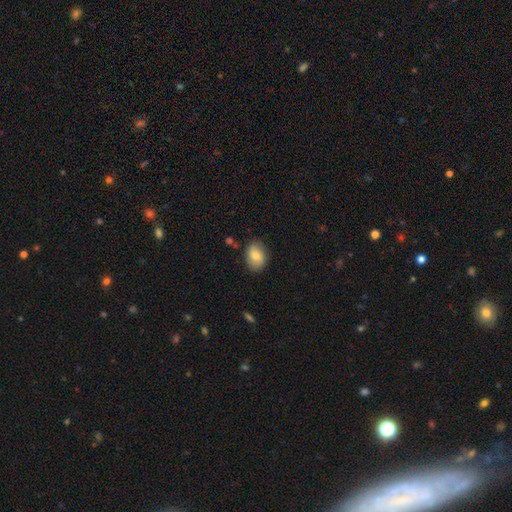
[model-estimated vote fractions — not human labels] Morphology: type=smooth (77%); roundness=in between (75%); merging=none (80%).